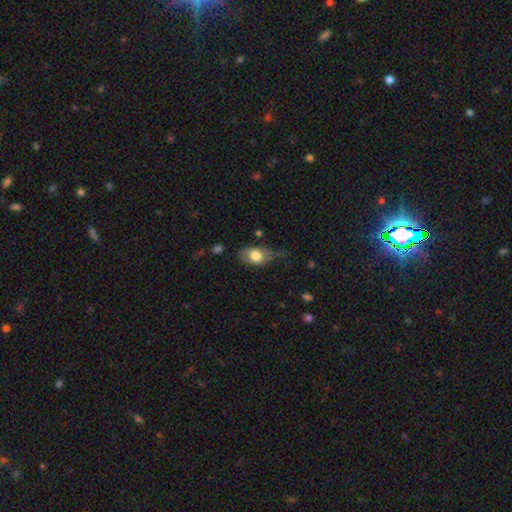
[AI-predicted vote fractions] smooth_or_featured: smooth (p=0.73) [alt: featured or disk p=0.20]
how_rounded: in between (p=0.89) [alt: round p=0.09]
merging: none (p=0.59) [alt: minor disturbance p=0.29]